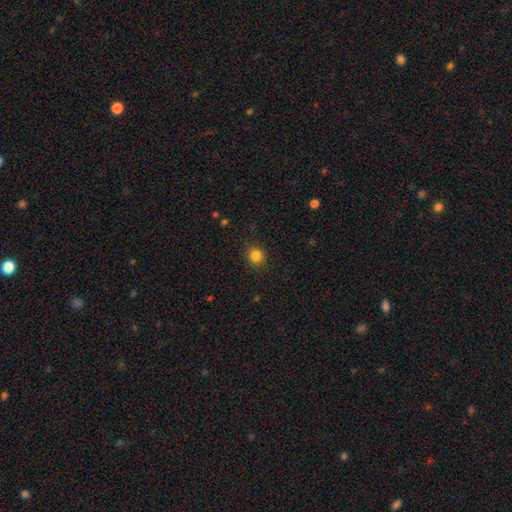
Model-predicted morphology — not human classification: type=smooth (85%); roundness=round (86%); merging=none (88%).